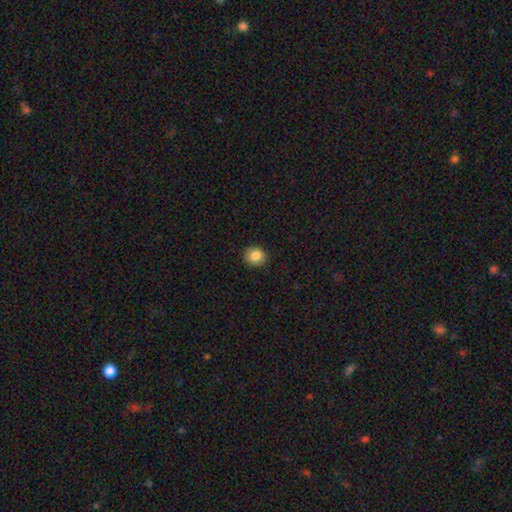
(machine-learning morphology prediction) smooth_or_featured: smooth (p=0.84) [alt: star or artifact p=0.09]
how_rounded: round (p=0.83) [alt: in between p=0.16]
merging: none (p=0.90) [alt: minor disturbance p=0.07]